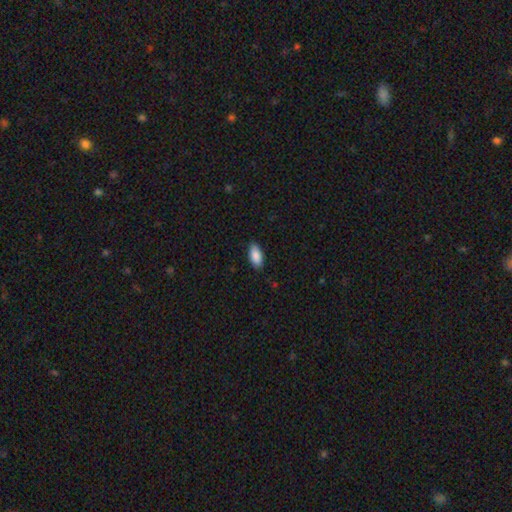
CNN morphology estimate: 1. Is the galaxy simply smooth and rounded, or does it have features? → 89% smooth, 6% star or artifact, 5% featured or disk.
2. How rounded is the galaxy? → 92% in between, 6% cigar-shaped, 2% round.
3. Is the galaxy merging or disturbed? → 87% none, 10% minor disturbance, 2% major disturbance, 1% merger.